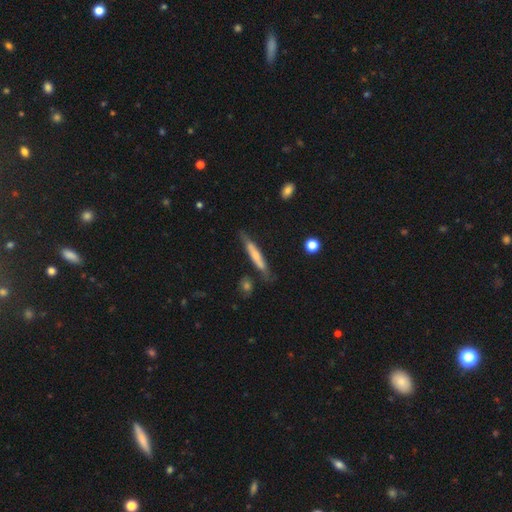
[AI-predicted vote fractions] Smooth or featured: smooth — 51% (featured or disk — 43%)
How rounded: cigar-shaped — 93% (in between — 6%)
Merging: none — 74% (minor disturbance — 17%)